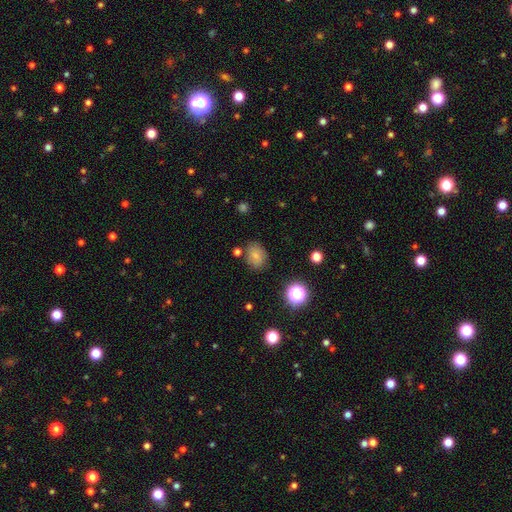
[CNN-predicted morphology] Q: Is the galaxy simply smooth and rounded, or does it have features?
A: smooth — 76%.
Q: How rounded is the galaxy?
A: in between — 59%.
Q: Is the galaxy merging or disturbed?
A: none — 76%.